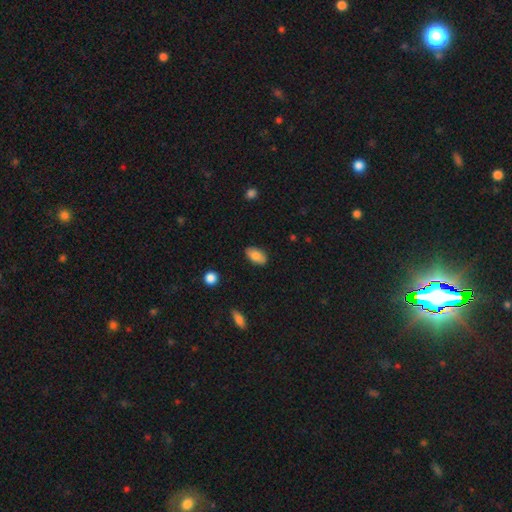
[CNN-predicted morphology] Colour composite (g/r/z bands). It shows a smooth galaxy with no disk features (81%) that is in between round and cigar-shaped (93%). Merging: none (86%).